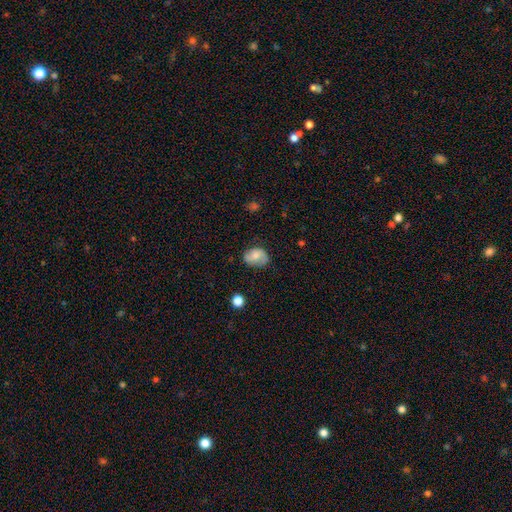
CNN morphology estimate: Smooth or featured?
  - smooth: 56% *
  - featured or disk: 35%
  - star or artifact: 8%
How rounded?
  - in between: 63% *
  - round: 36%
  - cigar-shaped: 1%
Merging?
  - none: 66% *
  - minor disturbance: 25%
  - major disturbance: 7%
  - merger: 2%